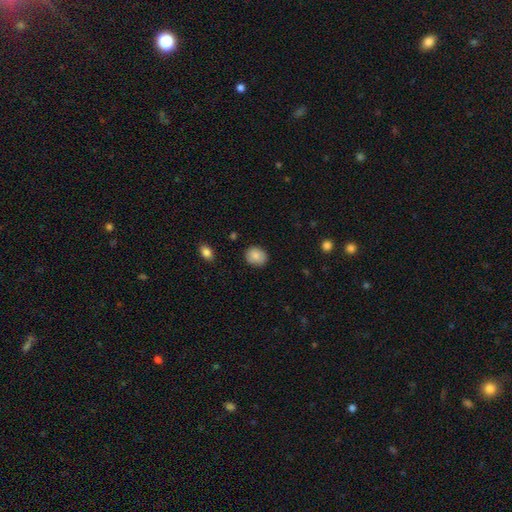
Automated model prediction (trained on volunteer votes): Smooth or featured?
  - smooth: 85% *
  - star or artifact: 8%
  - featured or disk: 7%
How rounded?
  - round: 58% *
  - in between: 41%
  - cigar-shaped: 1%
Merging?
  - none: 86% *
  - minor disturbance: 11%
  - major disturbance: 2%
  - merger: 1%